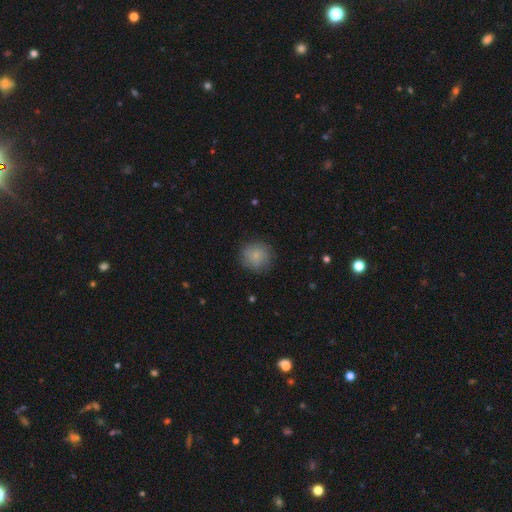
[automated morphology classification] Q: Smooth or featured?
A: smooth (83%); runner-up: featured or disk (9%)
Q: How rounded?
A: round (91%); runner-up: in between (8%)
Q: Merging?
A: none (83%); runner-up: minor disturbance (13%)